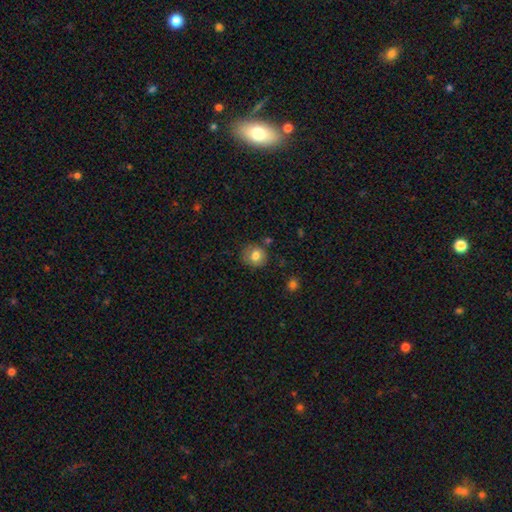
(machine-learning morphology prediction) Overall: smooth (79%). How rounded: round (84%). Merging: none (77%).